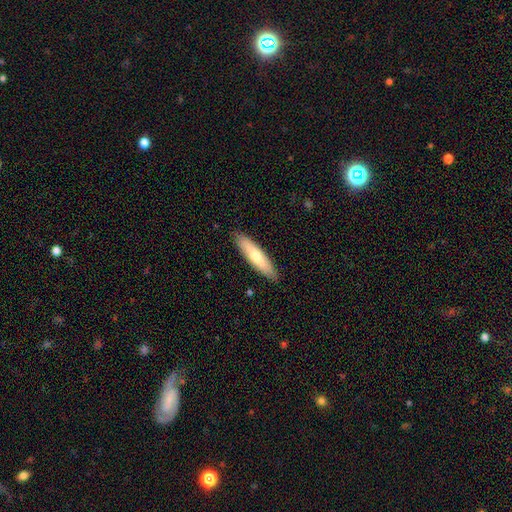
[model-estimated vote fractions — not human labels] Q: Smooth or featured?
A: smooth (67%); runner-up: featured or disk (28%)
Q: How rounded?
A: cigar-shaped (77%); runner-up: in between (22%)
Q: Merging?
A: none (89%); runner-up: minor disturbance (8%)